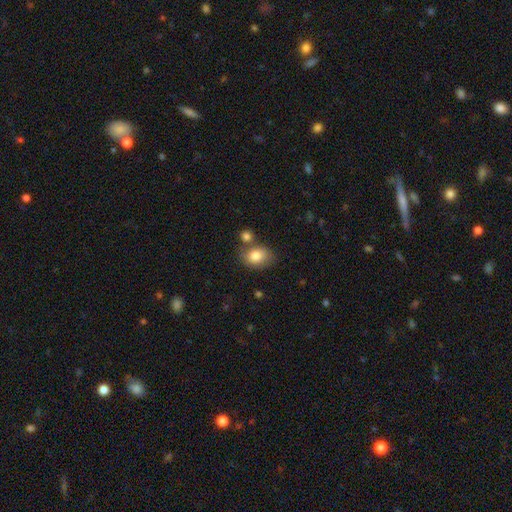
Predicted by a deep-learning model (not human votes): smooth 82%, featured or disk 11%, star or artifact 8%. Down the decision tree: how rounded — in between (67%); merging — none (60%).